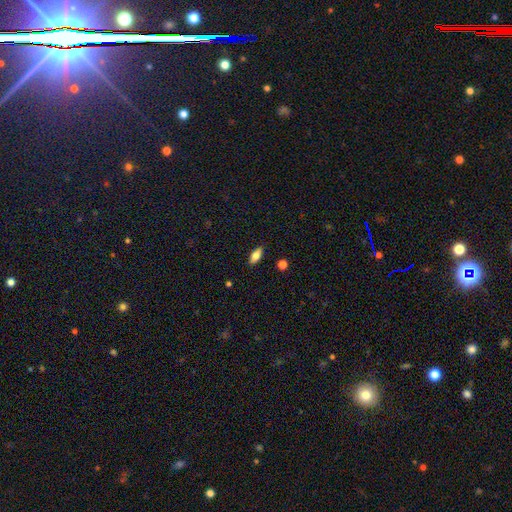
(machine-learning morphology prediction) This is likely a smooth galaxy (71%). How rounded: clearly in between (80%). Merging: clearly none (88%).